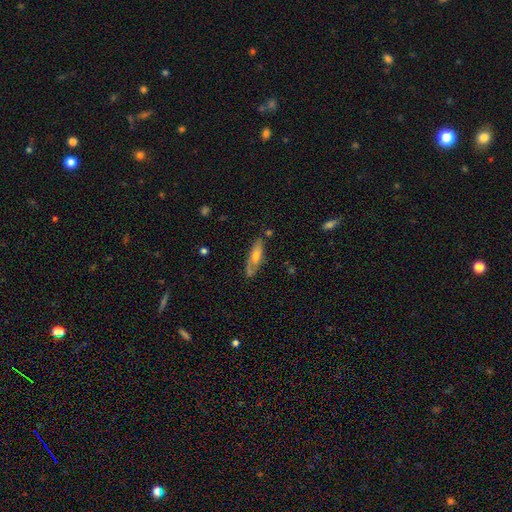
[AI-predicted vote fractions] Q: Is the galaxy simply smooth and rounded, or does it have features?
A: smooth — 49%.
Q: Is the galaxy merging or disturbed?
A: none — 69%.